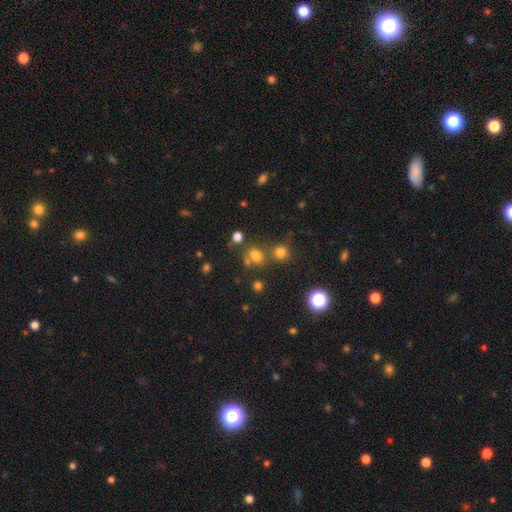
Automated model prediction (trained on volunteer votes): This appears to be a smooth galaxy with no disk features (68%) that is in between round and cigar-shaped (53%). Merging: none (56%).